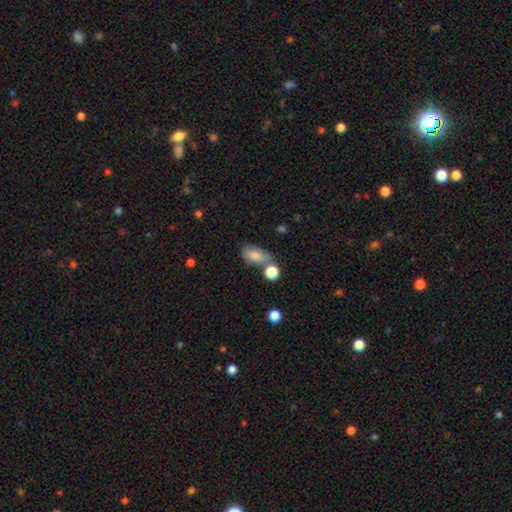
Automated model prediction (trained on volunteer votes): smooth_or_featured: smooth (p=0.80) [alt: featured or disk p=0.12]
how_rounded: in between (p=0.88) [alt: round p=0.09]
merging: none (p=0.52) [alt: merger p=0.22]